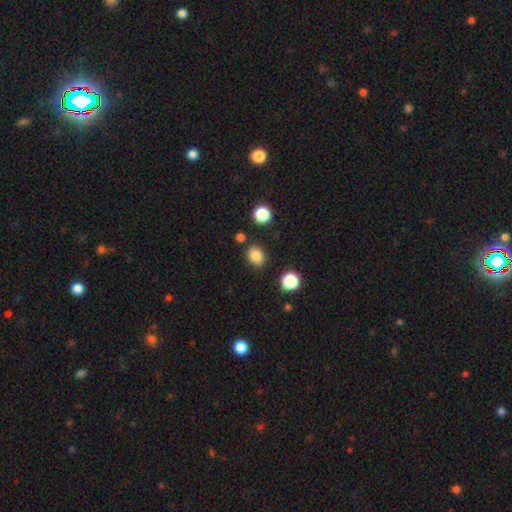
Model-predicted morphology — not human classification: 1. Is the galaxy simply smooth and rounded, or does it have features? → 83% smooth, 12% star or artifact, 5% featured or disk.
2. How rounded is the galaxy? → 55% in between, 45% round, 1% cigar-shaped.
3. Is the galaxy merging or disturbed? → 82% none, 10% minor disturbance, 4% merger, 3% major disturbance.